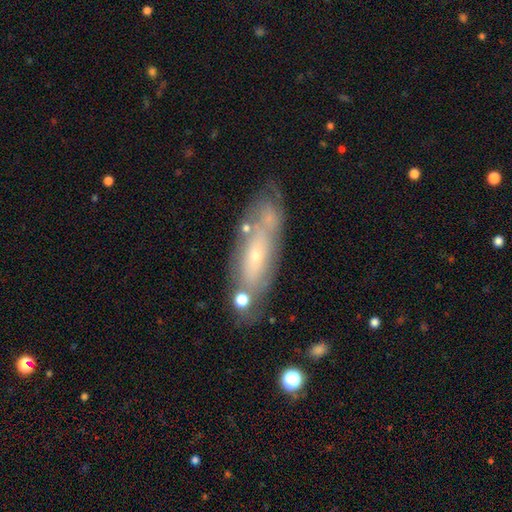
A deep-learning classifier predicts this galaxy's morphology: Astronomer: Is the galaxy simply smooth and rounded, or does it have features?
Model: featured or disk — 61%.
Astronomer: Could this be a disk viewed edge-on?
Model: no — 76%.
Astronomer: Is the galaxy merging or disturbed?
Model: none — 64%.